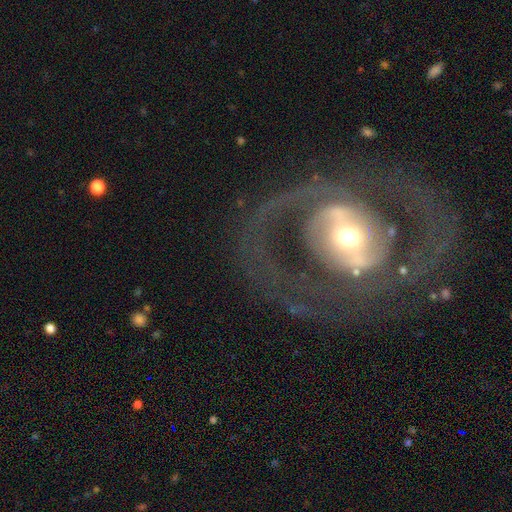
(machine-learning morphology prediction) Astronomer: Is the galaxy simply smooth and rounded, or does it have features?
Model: featured or disk — 83%.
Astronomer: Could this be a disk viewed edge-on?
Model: no — 96%.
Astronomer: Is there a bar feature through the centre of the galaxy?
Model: strong — 34% (runner-up: weak, 33%).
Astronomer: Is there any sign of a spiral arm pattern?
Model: yes — 76%.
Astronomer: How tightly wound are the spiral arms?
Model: medium — 49% (runner-up: tight, 28%).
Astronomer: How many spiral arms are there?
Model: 2 — 82%.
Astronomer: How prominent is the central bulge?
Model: moderate — 60%.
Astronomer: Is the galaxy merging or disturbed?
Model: none — 73%.